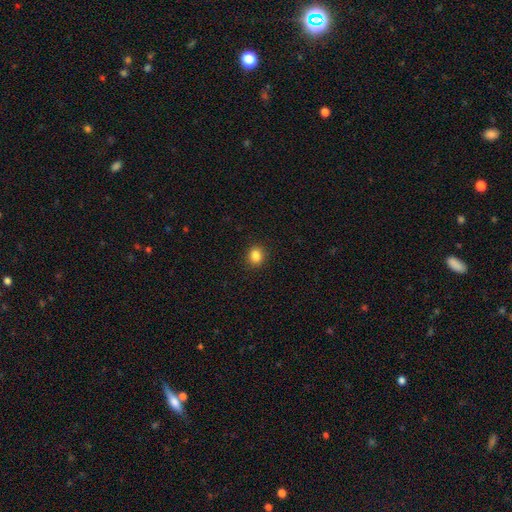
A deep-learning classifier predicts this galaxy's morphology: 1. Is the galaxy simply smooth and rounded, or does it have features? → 85% smooth, 11% star or artifact, 4% featured or disk.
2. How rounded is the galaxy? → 74% round, 25% in between, 1% cigar-shaped.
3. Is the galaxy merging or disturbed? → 91% none, 6% minor disturbance, 2% major disturbance, 1% merger.